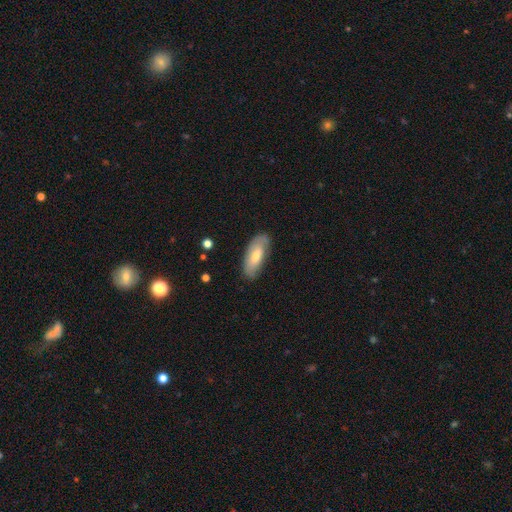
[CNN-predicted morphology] This is likely a smooth galaxy (69%). How rounded: clearly in between (82%). Merging: likely none (75%).